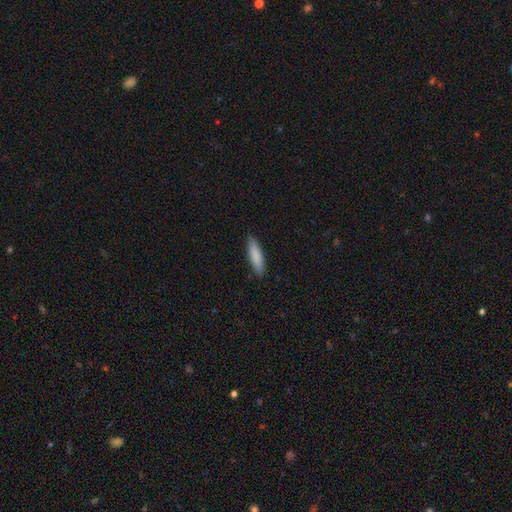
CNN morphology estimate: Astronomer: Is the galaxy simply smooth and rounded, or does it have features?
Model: smooth — 85%.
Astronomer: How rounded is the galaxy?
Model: cigar-shaped — 71%.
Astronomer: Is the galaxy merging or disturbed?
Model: none — 88%.